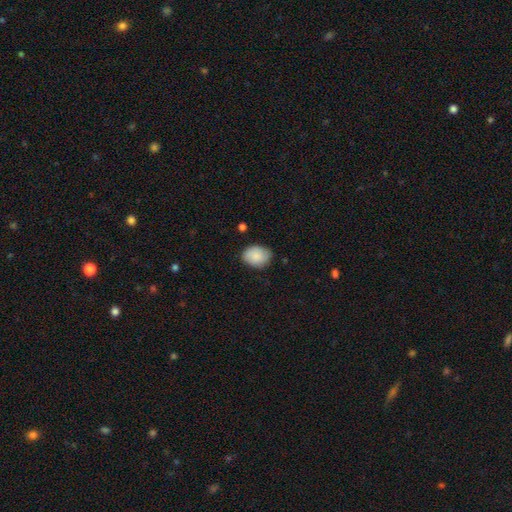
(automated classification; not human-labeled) Overall: smooth (86%). How rounded: in between (67%; round 32%). Merging: none (76%).